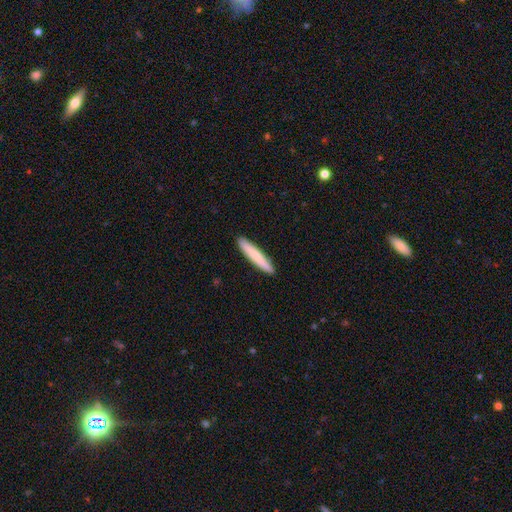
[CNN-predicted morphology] smooth 80%, featured or disk 15%, star or artifact 5%. Down the decision tree: how rounded — cigar-shaped (94%); merging — none (92%).